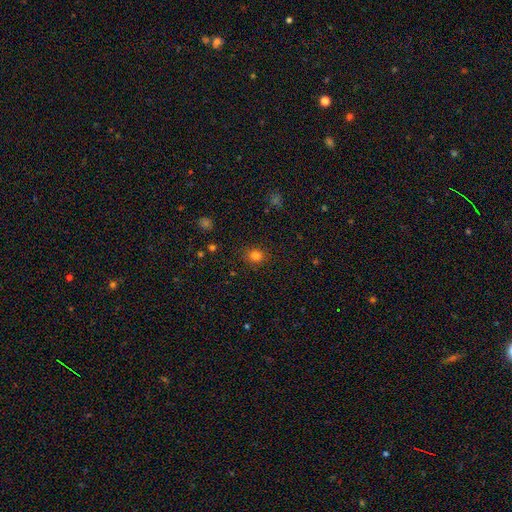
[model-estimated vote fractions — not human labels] smooth 80%, star or artifact 14%, featured or disk 5%. Down the decision tree: how rounded — round (75%); merging — none (87%).